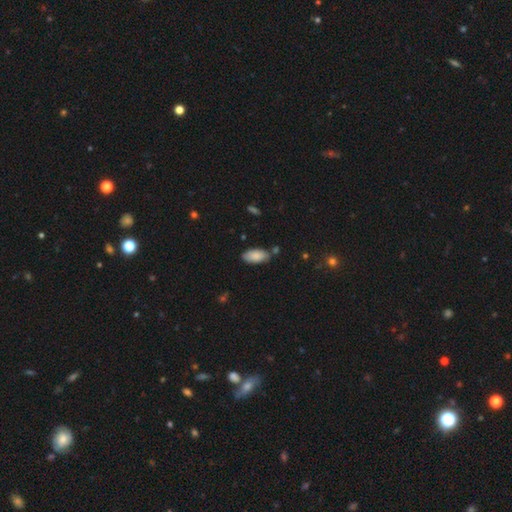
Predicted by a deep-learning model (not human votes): A smooth galaxy with no disk features (86%) that is in between round and cigar-shaped (92%). Merging: none (77%).